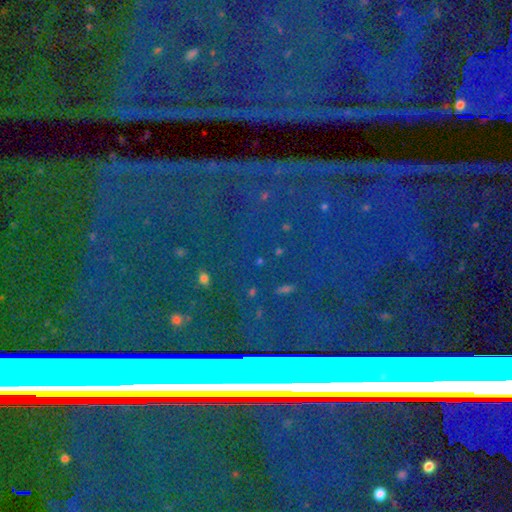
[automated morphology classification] Smooth or featured?
  - star or artifact: 78% *
  - featured or disk: 13%
  - smooth: 10%